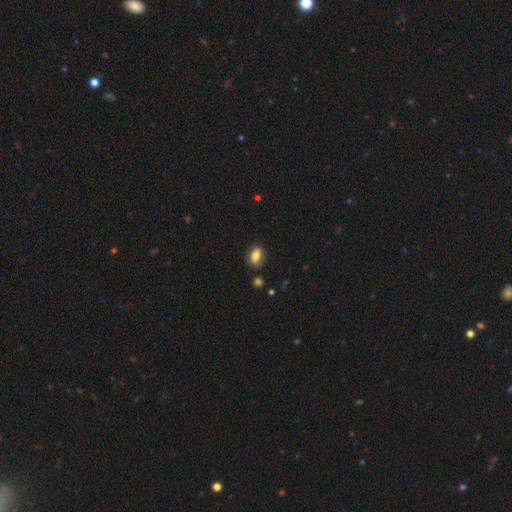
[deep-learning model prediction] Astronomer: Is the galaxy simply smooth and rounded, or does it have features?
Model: smooth — 78%.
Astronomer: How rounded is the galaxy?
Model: in between — 82%.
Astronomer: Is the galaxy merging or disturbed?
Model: none — 78%.